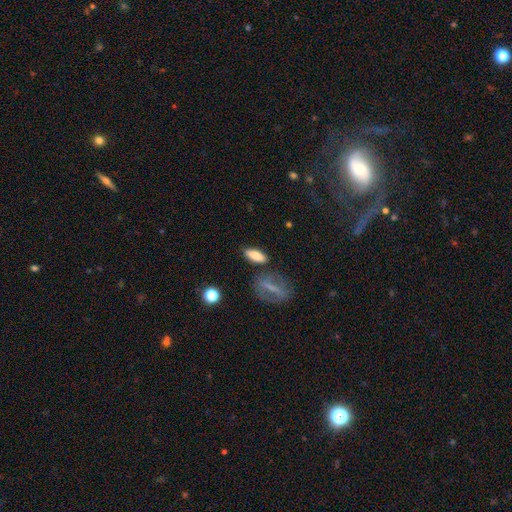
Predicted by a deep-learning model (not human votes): Smooth or featured: smooth — 81% (featured or disk — 12%)
How rounded: in between — 63% (cigar-shaped — 33%)
Merging: none — 79% (minor disturbance — 12%)